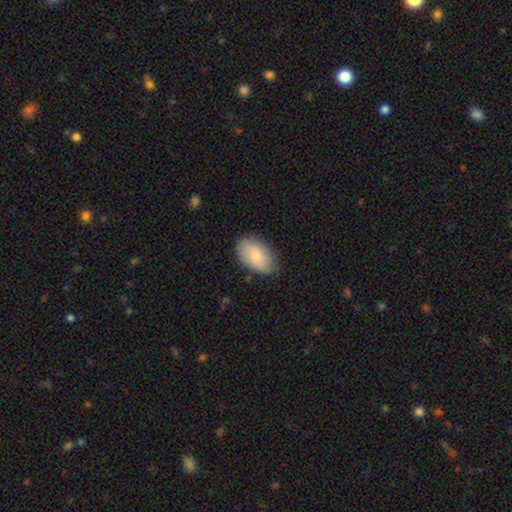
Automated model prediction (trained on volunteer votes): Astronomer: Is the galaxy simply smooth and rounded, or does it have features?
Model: smooth — 80%.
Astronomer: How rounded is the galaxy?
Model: in between — 93%.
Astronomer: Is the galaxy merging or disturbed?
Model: none — 76%.